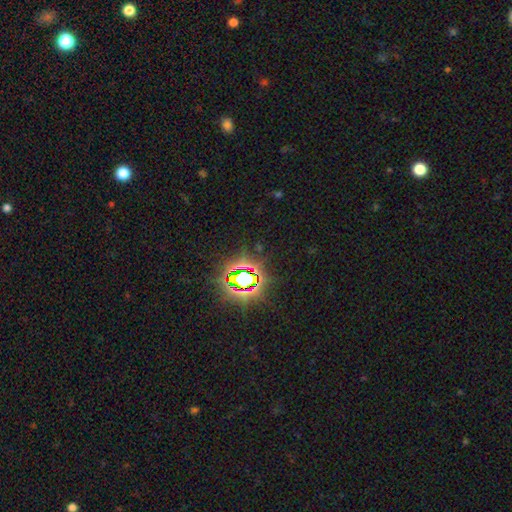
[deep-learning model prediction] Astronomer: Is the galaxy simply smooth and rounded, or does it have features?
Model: star or artifact — 80%.